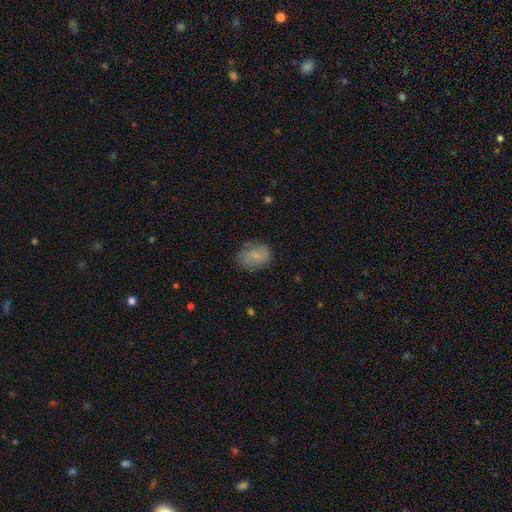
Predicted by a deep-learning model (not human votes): smooth-or-featured: smooth: 73% | featured or disk: 18% | star or artifact: 9%
  how-rounded: in between: 67% | round: 31% | cigar-shaped: 1%
  merging: none: 71% | minor disturbance: 21% | major disturbance: 6% | merger: 2%